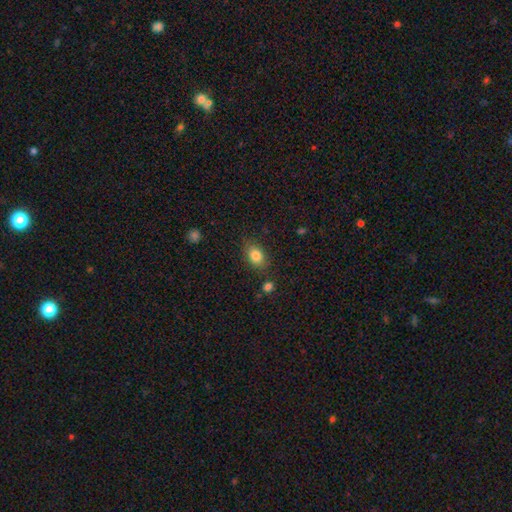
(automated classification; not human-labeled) Morphology: type=smooth (83%); roundness=in between (76%); merging=none (77%).